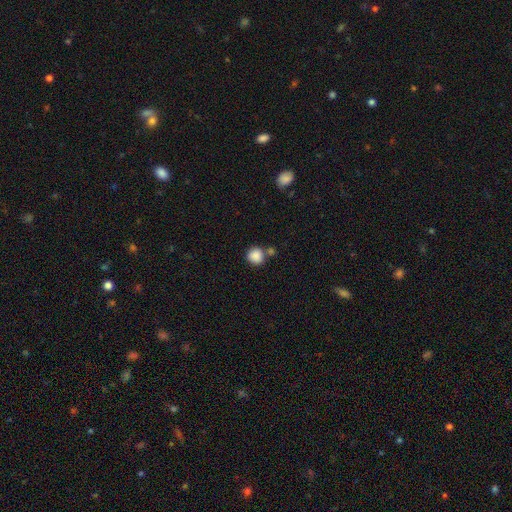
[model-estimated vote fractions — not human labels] Morphology: type=smooth (87%); roundness=round (91%); merging=none (68%).